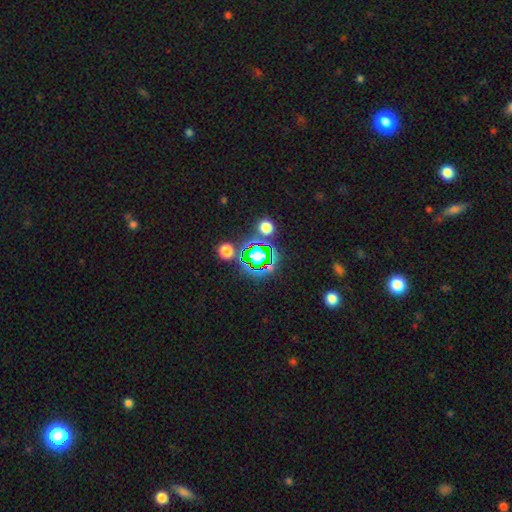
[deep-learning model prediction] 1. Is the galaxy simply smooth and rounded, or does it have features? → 63% star or artifact, 24% smooth, 12% featured or disk.